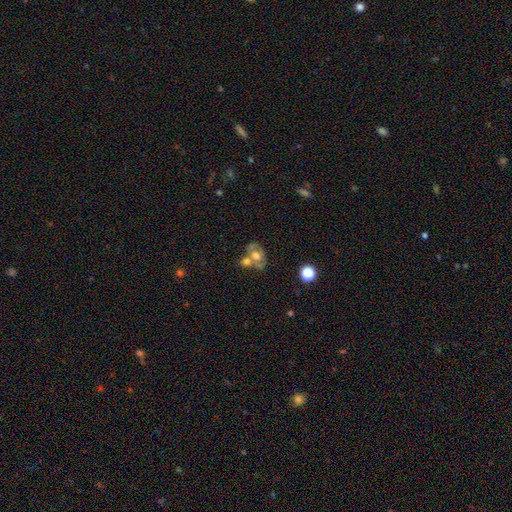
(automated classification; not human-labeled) smooth_or_featured: smooth (p=0.45) [alt: featured or disk p=0.44]
merging: merger (p=0.48) [alt: none p=0.30]